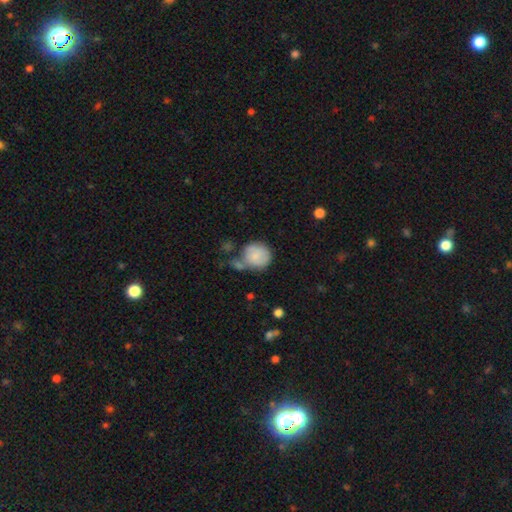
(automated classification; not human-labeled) A smooth galaxy with no disk features (82%) that is round (84%). Merging: none (46%).